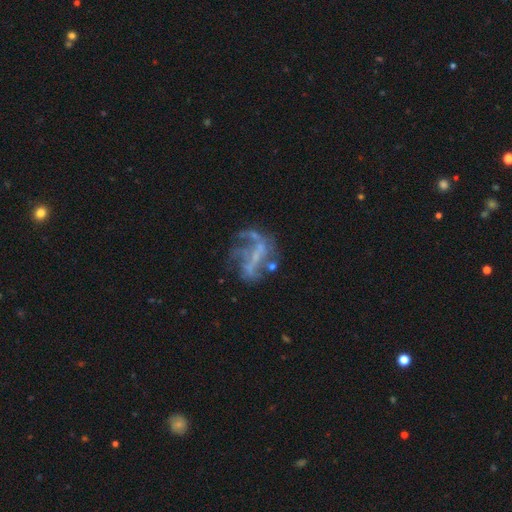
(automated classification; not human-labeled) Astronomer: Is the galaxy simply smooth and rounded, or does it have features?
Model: featured or disk — 72%.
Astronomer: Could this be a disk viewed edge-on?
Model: no — 96%.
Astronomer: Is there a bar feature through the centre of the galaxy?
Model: no — 42% (runner-up: weak, 30%).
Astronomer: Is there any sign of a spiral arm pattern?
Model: yes — 52% (runner-up: no, 48%).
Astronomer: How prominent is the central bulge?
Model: none — 61%.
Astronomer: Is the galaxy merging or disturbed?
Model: none — 39% (runner-up: major disturbance, 35%).